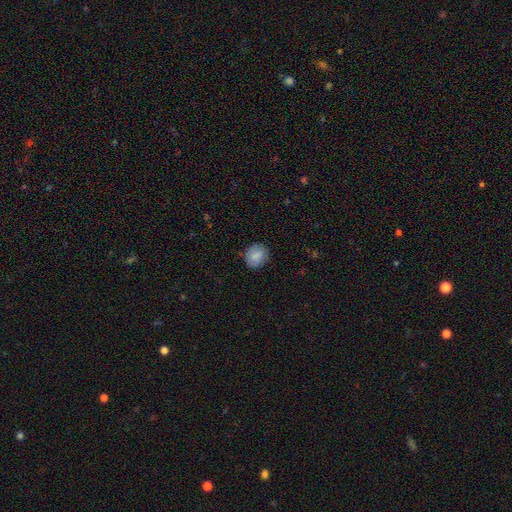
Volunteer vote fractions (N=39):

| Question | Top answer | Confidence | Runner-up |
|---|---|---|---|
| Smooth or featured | smooth | 90% | star or artifact (8%) |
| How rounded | round | 49% | tied: in between (49%) |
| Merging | none | 72% | minor disturbance (14%) |